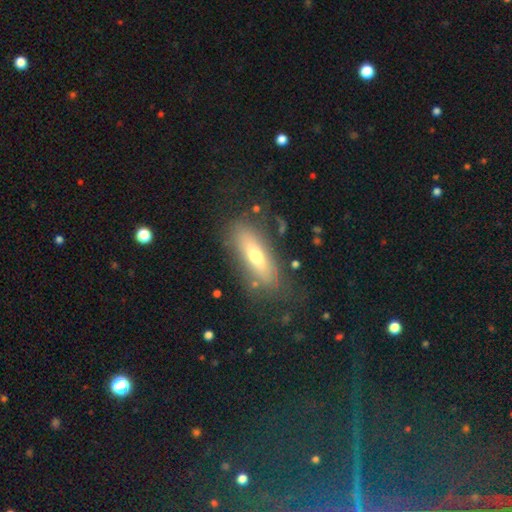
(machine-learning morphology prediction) Overall: smooth (54%; featured or disk 38%). How rounded: in between (58%; cigar-shaped 40%). Merging: none (74%).